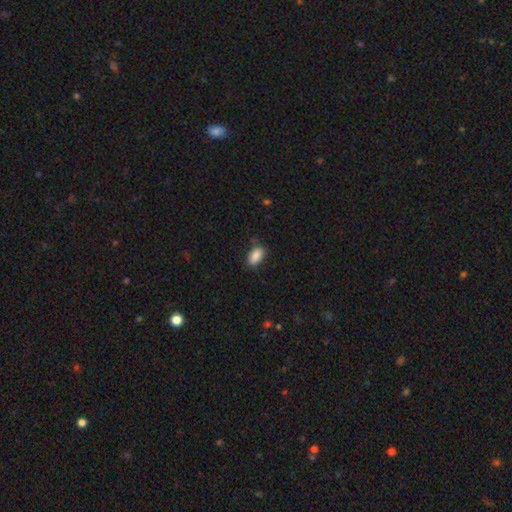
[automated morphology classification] The model was most divided on "merging": none: 79%, minor disturbance: 16%, major disturbance: 3%, merger: 2%. More confident: how rounded — in between (92%); smooth or featured — smooth (88%).